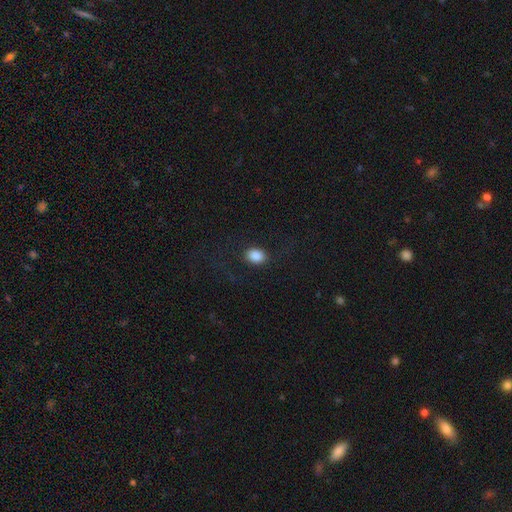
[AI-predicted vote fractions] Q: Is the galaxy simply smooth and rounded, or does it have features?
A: smooth — 85%.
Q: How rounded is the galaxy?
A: in between — 65%.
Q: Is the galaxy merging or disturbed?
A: none — 81%.